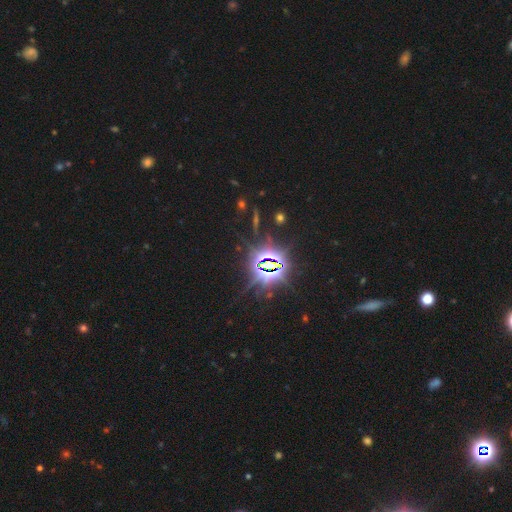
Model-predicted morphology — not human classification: A star or artifact, not a galaxy (86%).